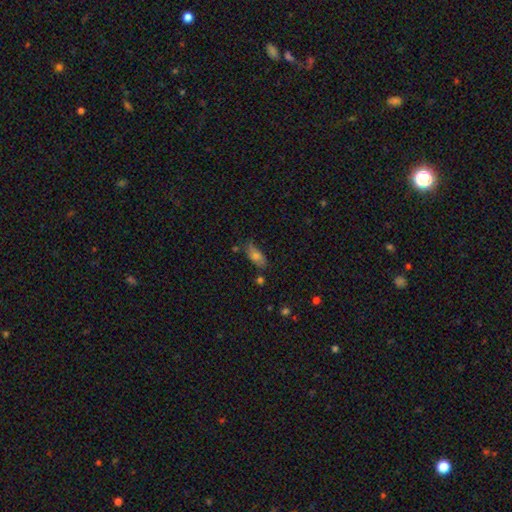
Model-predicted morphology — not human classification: Smooth or featured? Predicted: smooth (p=0.70). How rounded? Predicted: in between (p=0.78). Merging? Predicted: none (p=0.62).